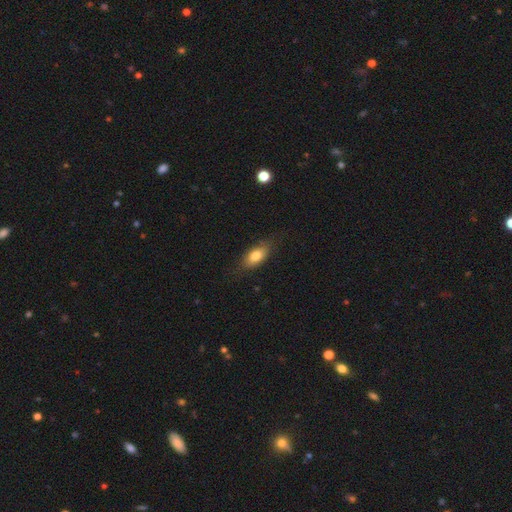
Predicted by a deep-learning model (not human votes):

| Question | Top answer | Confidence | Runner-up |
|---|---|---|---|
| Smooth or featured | smooth | 76% | featured or disk (16%) |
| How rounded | in between | 83% | cigar-shaped (11%) |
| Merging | none | 76% | minor disturbance (18%) |